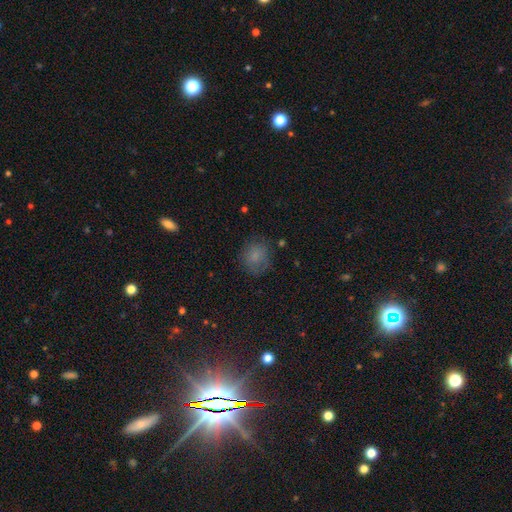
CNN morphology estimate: A smooth galaxy with no disk features (77%) that is round (74%). Merging: none (71%).